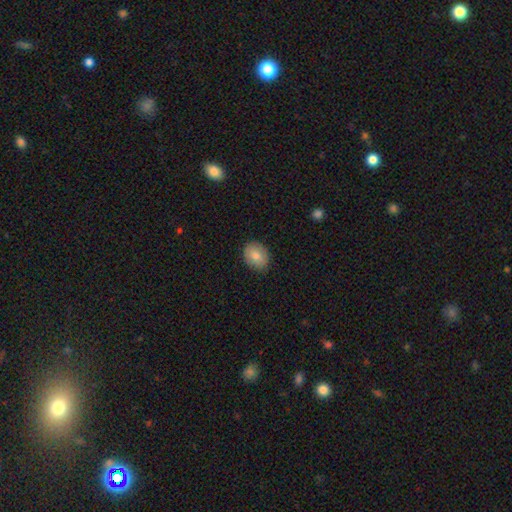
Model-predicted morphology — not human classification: smooth-or-featured: smooth: 81% | featured or disk: 12% | star or artifact: 7%
  how-rounded: in between: 51% | round: 48% | cigar-shaped: 1%
  merging: none: 84% | minor disturbance: 13% | major disturbance: 2% | merger: 1%